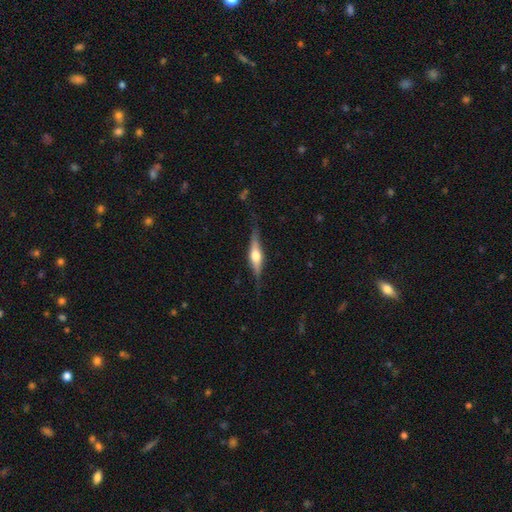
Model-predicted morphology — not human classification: A featured or disk galaxy (67%) viewed edge-on (96%) with a rounded central bulge (93%).

Vote fractions:
- Smooth or featured? featured or disk: 67% / smooth: 27% / star or artifact: 6%
- Edge-on disk? yes: 96% / no: 4%
- Edge-on bulge? rounded: 93% / boxy: 5% / none: 2%
- Merging? none: 80% / minor disturbance: 15% / major disturbance: 4% / merger: 1%